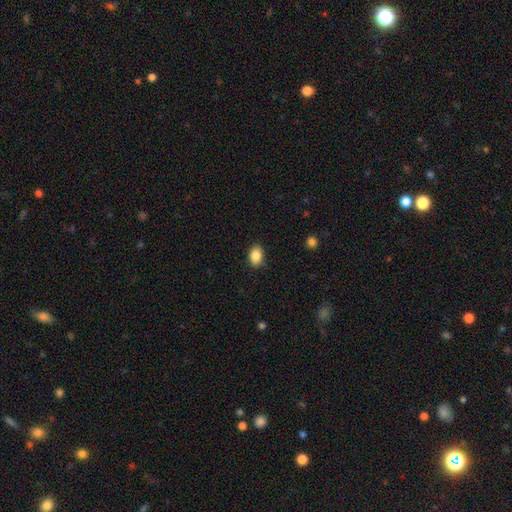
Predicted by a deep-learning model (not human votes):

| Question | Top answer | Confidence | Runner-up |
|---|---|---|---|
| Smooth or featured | smooth | 87% | star or artifact (8%) |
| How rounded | in between | 78% | round (21%) |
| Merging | none | 84% | minor disturbance (12%) |